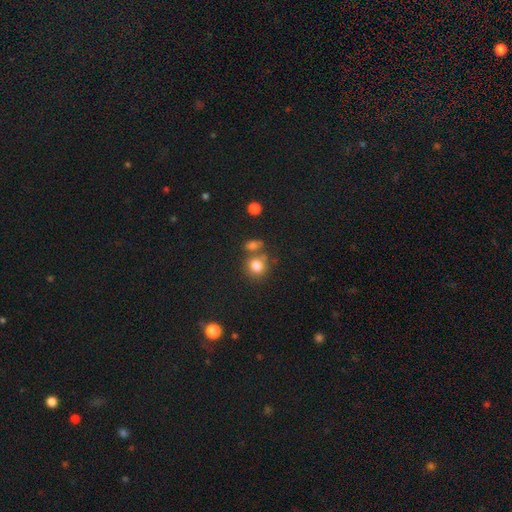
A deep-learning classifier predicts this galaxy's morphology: A smooth galaxy with no disk features (65%) that is round (86%).

Vote fractions:
- Smooth or featured? smooth: 65% / star or artifact: 25% / featured or disk: 10%
- How rounded? round: 86% / in between: 13% / cigar-shaped: 1%
- Merging? none: 61% / merger: 28% / minor disturbance: 8% / major disturbance: 4%